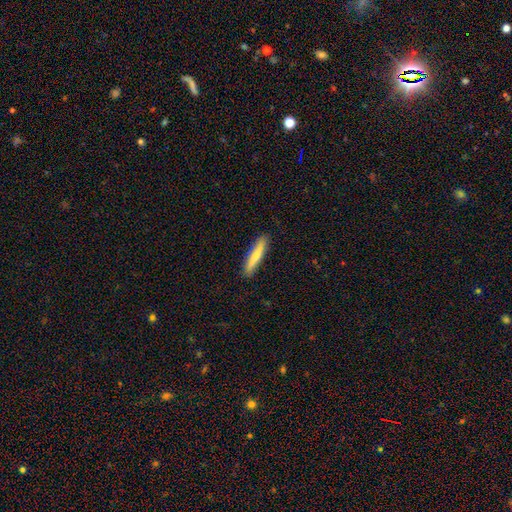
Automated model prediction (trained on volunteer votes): smooth 70%, featured or disk 24%, star or artifact 5%. Down the decision tree: how rounded — cigar-shaped (88%); merging — none (89%).